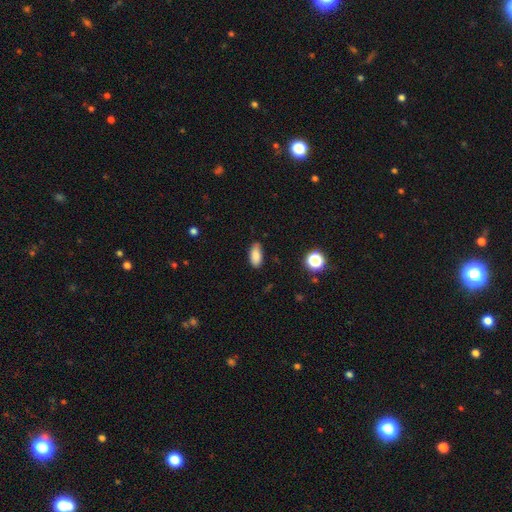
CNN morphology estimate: smooth-or-featured: smooth: 86% | star or artifact: 9% | featured or disk: 6%
  how-rounded: in between: 90% | cigar-shaped: 6% | round: 4%
  merging: none: 78% | minor disturbance: 18% | major disturbance: 3% | merger: 1%